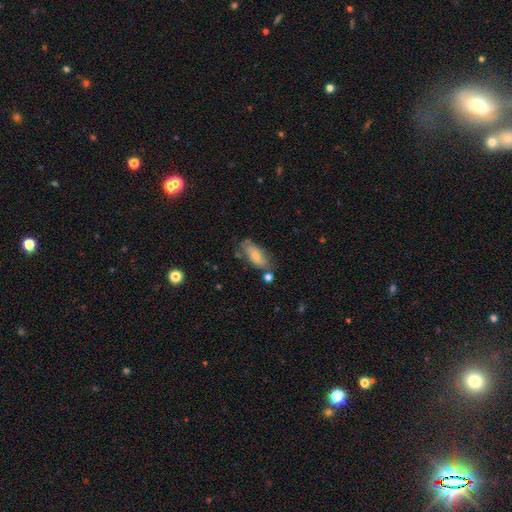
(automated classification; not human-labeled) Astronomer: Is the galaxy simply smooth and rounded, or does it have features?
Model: smooth — 66%.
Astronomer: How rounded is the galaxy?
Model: in between — 82%.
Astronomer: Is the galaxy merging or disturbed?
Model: none — 59%.